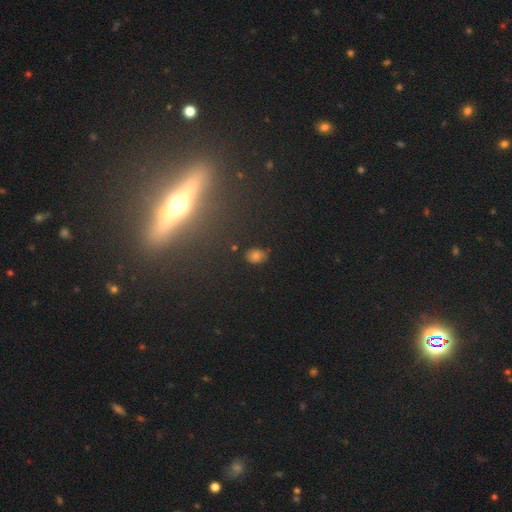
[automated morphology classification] type=smooth (64%); roundness=in between (67%); merging=none (82%).